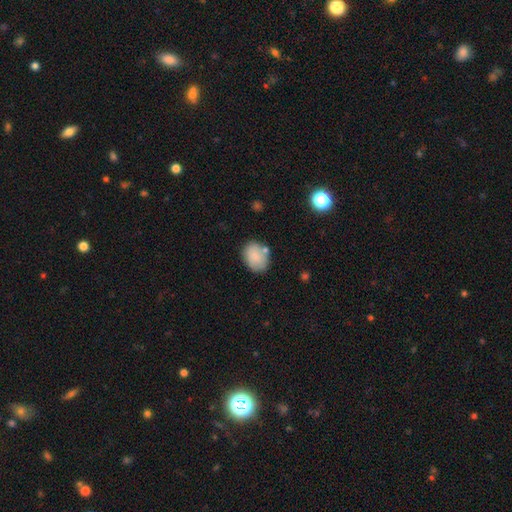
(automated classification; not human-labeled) Q: Smooth or featured?
A: smooth (84%); runner-up: featured or disk (9%)
Q: How rounded?
A: in between (62%); runner-up: round (37%)
Q: Merging?
A: none (70%); runner-up: minor disturbance (16%)